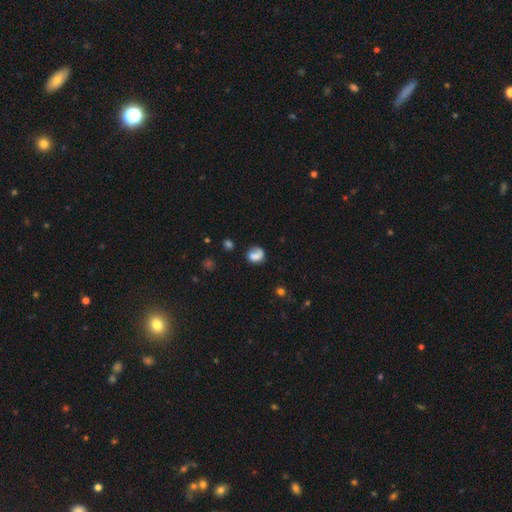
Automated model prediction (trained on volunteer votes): Smooth or featured? smooth (68%)
How rounded? round (59%)
Merging? none (50%)